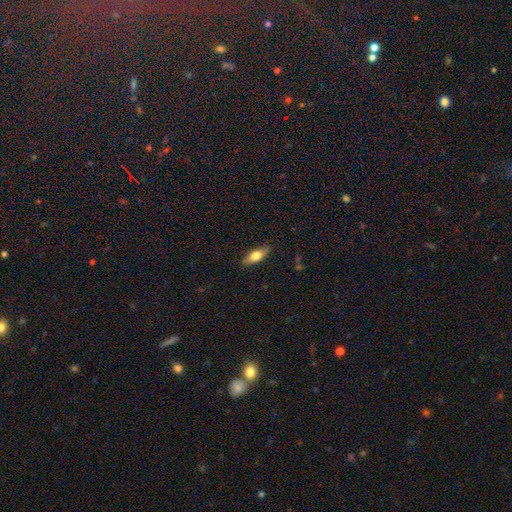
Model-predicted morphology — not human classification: Q: Smooth or featured?
A: smooth (66%); runner-up: featured or disk (28%)
Q: How rounded?
A: in between (64%); runner-up: cigar-shaped (33%)
Q: Merging?
A: none (85%); runner-up: minor disturbance (12%)